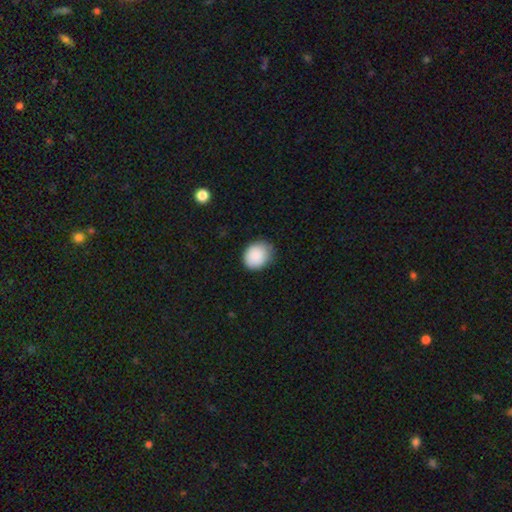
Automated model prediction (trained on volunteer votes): Smooth or featured?
  - smooth: 89% *
  - star or artifact: 7%
  - featured or disk: 4%
How rounded?
  - round: 60% *
  - in between: 39%
  - cigar-shaped: 1%
Merging?
  - none: 75% *
  - minor disturbance: 20%
  - major disturbance: 4%
  - merger: 1%